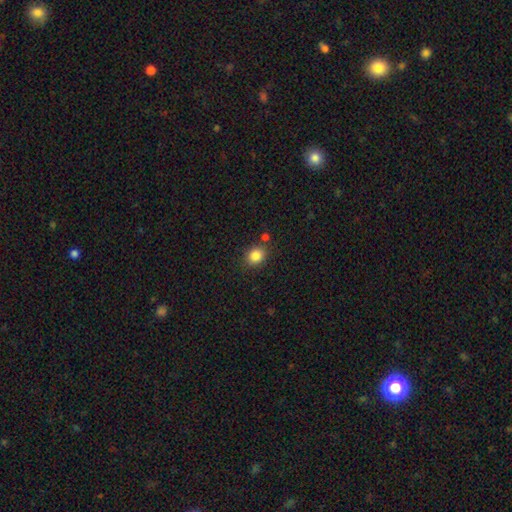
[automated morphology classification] type=smooth (85%); roundness=round (58%); merging=none (80%).